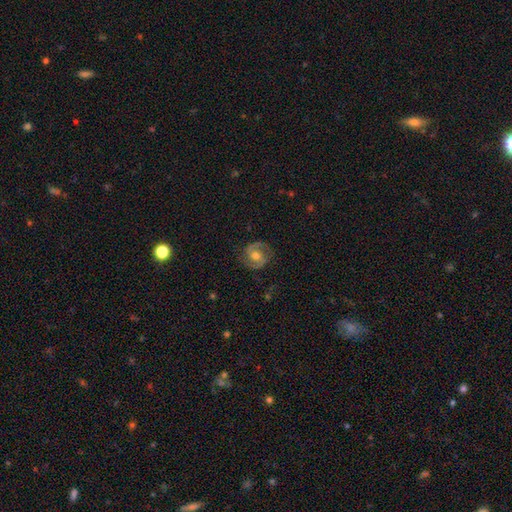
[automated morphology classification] smooth_or_featured: featured or disk (p=0.82) [alt: smooth p=0.12]
disk_edge_on: no (p=0.98) [alt: yes p=0.02]
bar: no (p=0.56) [alt: weak p=0.34]
has_spiral_arms: yes (p=0.95) [alt: no p=0.05]
spiral_winding: medium (p=0.53) [alt: tight p=0.34]
spiral_arm_count: 2 (p=0.92) [alt: can't tell p=0.03]
bulge_size: moderate (p=0.74) [alt: small p=0.16]
merging: none (p=0.82) [alt: minor disturbance p=0.12]